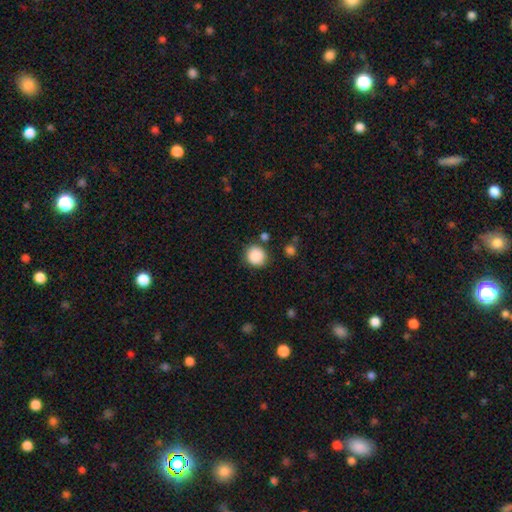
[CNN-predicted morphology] Smooth or featured?
  - smooth: 88% *
  - star or artifact: 9%
  - featured or disk: 3%
How rounded?
  - round: 89% *
  - in between: 10%
  - cigar-shaped: 1%
Merging?
  - none: 82% *
  - minor disturbance: 10%
  - merger: 4%
  - major disturbance: 3%